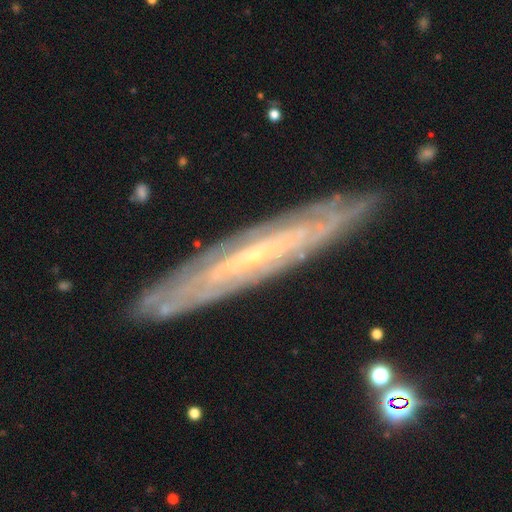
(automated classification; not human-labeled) Q: Smooth or featured?
A: featured or disk (79%); runner-up: smooth (15%)
Q: Edge-on disk?
A: yes (55%); runner-up: no (45%)
Q: Merging?
A: none (85%); runner-up: minor disturbance (11%)